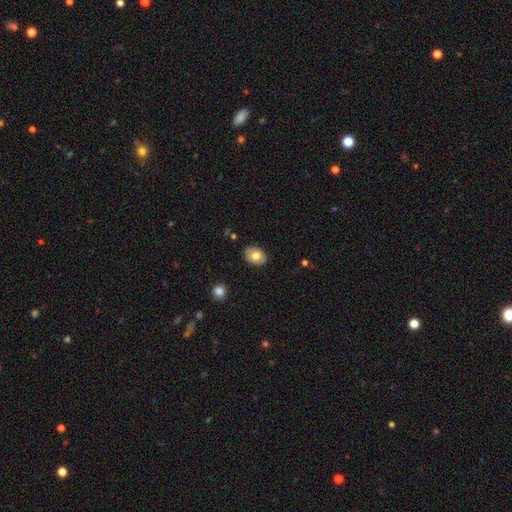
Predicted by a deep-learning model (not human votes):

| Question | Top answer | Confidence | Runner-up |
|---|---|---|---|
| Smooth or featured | smooth | 75% | featured or disk (17%) |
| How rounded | in between | 72% | round (27%) |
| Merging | none | 87% | minor disturbance (10%) |